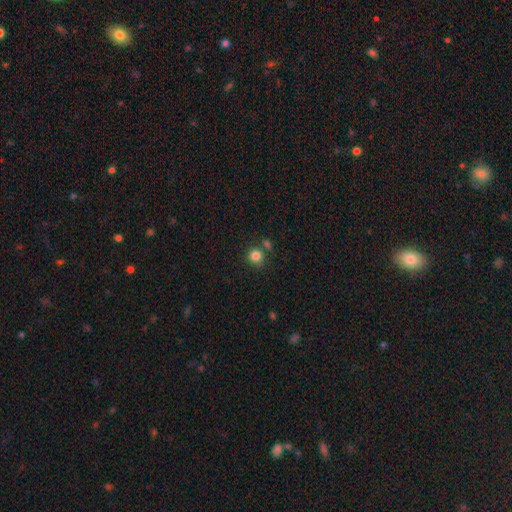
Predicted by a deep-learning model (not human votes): Q: Smooth or featured?
A: smooth (84%); runner-up: star or artifact (11%)
Q: How rounded?
A: round (89%); runner-up: in between (10%)
Q: Merging?
A: none (72%); runner-up: merger (13%)